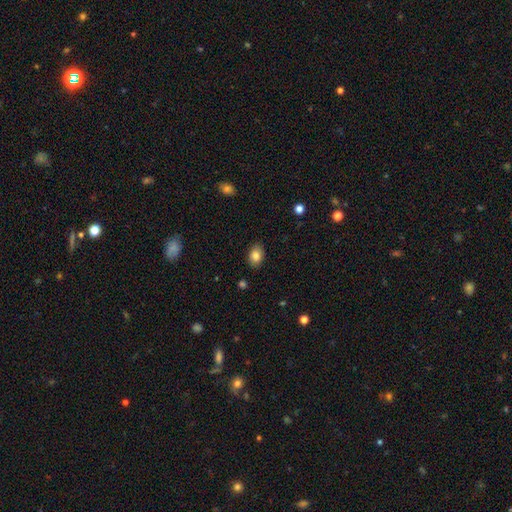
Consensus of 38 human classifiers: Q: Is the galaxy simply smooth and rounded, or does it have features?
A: smooth — 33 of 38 (87%).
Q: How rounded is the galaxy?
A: in between — 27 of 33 (82%).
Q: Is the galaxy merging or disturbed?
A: none — 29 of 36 (81%).